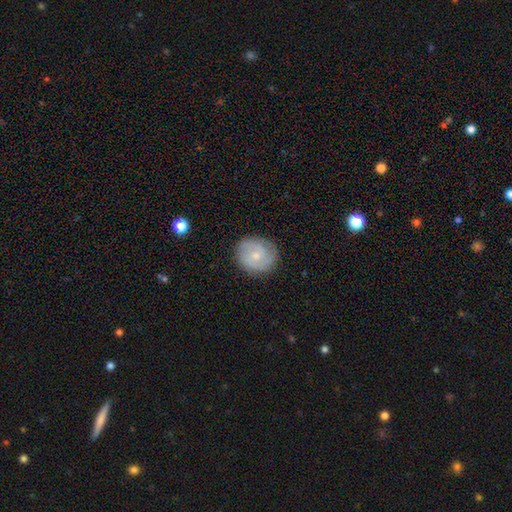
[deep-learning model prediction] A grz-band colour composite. It shows a featured or disk galaxy (52%) with no bar (68%), spiral arms (83%) and a small central bulge (53%). Merging: none (83%).